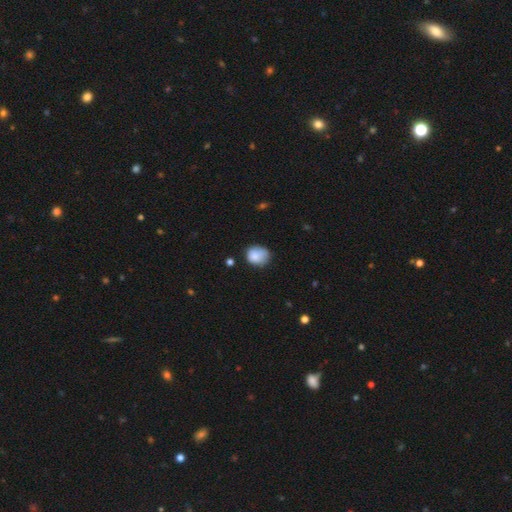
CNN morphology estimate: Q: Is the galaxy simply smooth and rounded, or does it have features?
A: smooth — 82%.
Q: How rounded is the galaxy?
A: round — 64%.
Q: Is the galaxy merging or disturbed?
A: none — 56%.